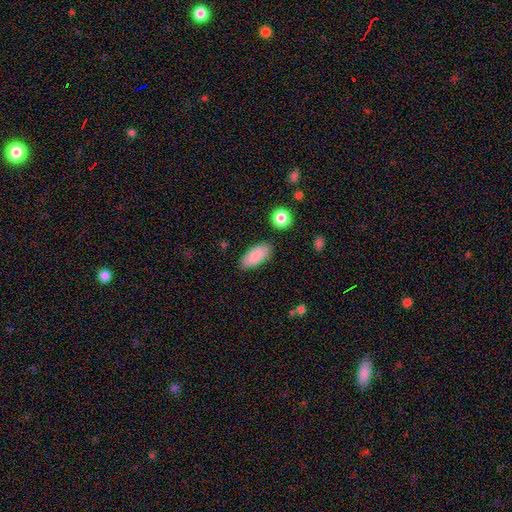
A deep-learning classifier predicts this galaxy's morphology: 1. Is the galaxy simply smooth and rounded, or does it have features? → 89% smooth, 6% star or artifact, 5% featured or disk.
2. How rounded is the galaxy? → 89% in between, 9% cigar-shaped, 2% round.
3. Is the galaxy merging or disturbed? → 83% none, 12% minor disturbance, 3% major disturbance, 2% merger.